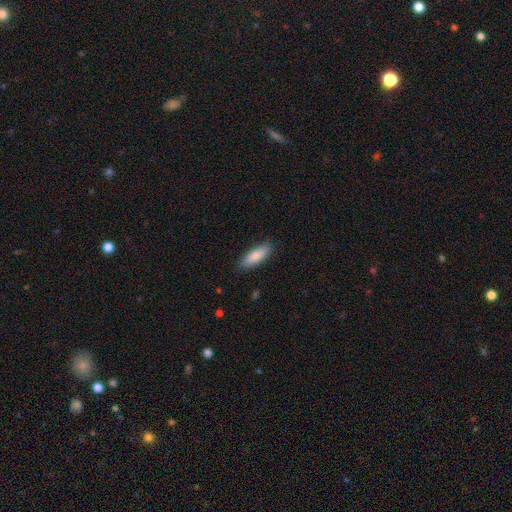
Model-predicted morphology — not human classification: Overall: smooth (84%). How rounded: in between (59%; cigar-shaped 39%). Merging: none (87%).